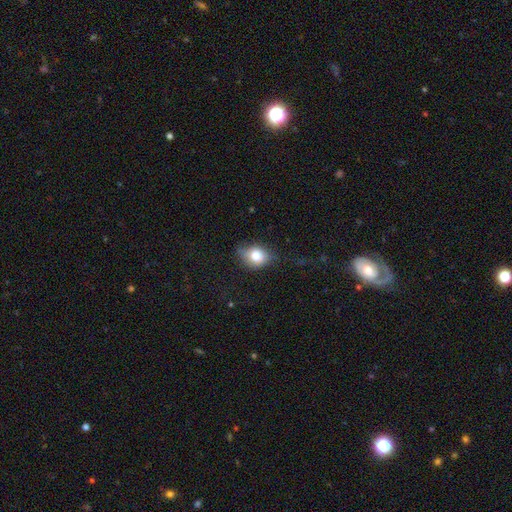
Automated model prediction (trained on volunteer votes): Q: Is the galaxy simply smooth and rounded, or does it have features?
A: smooth — 72%.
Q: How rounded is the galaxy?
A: round — 53%.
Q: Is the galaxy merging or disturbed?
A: none — 60%.